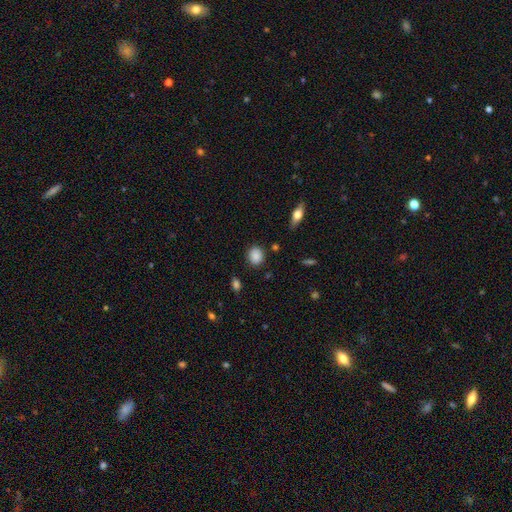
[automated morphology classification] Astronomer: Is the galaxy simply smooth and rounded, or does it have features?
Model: smooth — 87%.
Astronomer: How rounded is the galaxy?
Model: round — 69%.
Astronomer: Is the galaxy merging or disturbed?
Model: none — 86%.